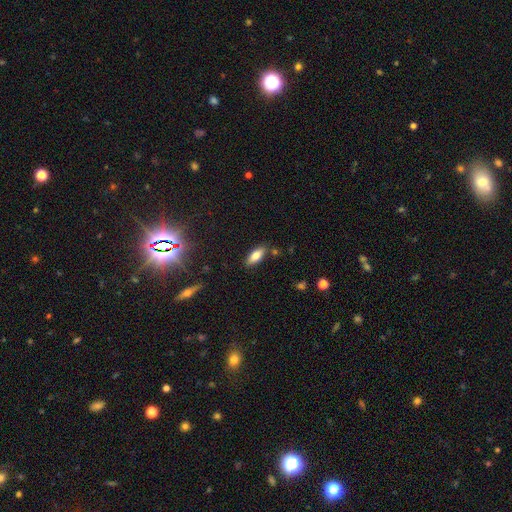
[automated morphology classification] This is likely a smooth galaxy (76%). How rounded: likely in between (75%). Merging: clearly none (83%).